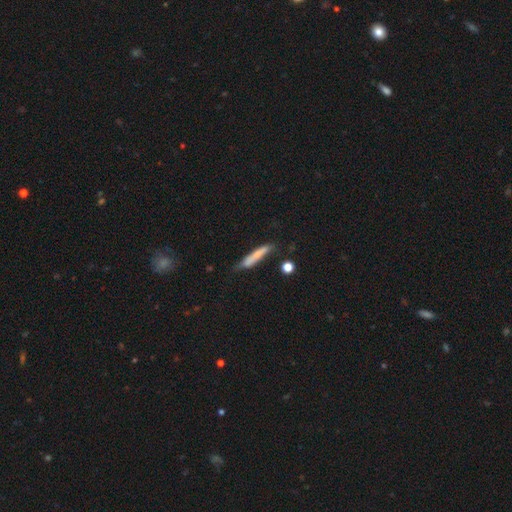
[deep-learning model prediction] smooth 67%, featured or disk 26%, star or artifact 7%. Down the decision tree: how rounded — cigar-shaped (90%); merging — none (58%).